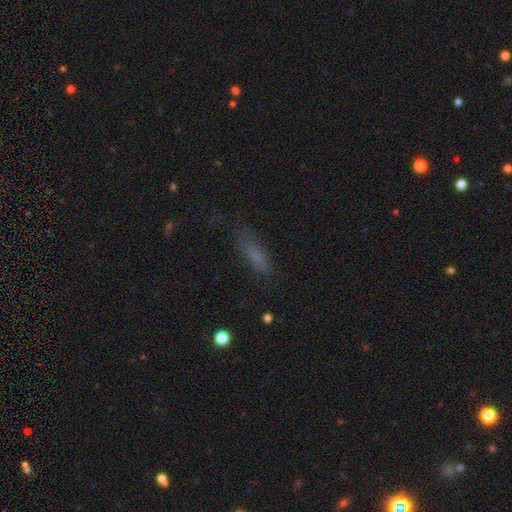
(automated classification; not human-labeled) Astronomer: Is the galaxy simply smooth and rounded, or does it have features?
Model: smooth — 70%.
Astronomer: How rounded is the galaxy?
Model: cigar-shaped — 59% (runner-up: in between, 38%).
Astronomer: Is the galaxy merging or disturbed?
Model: none — 67%.